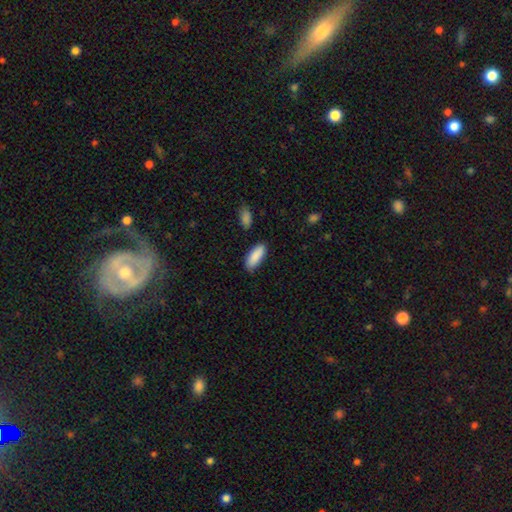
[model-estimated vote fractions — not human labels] This appears to be a smooth galaxy with no disk features (89%) that is in between round and cigar-shaped (77%). Merging: none (84%).